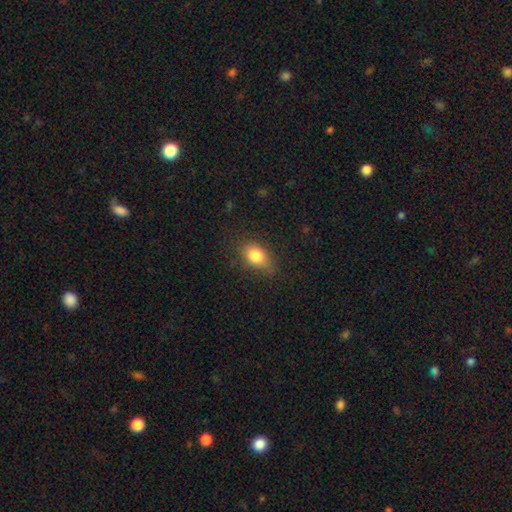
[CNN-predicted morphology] Overall: smooth (81%). How rounded: in between (76%). Merging: none (70%).